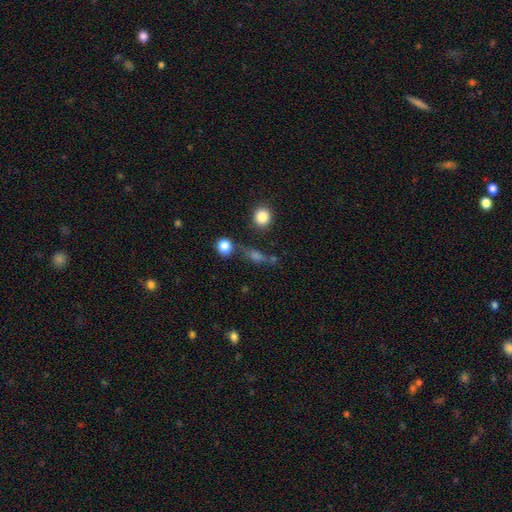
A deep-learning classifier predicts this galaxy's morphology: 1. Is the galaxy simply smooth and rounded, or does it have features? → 57% smooth, 23% star or artifact, 20% featured or disk.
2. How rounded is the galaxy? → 40% round, 38% in between, 22% cigar-shaped.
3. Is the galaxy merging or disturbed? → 64% none, 15% minor disturbance, 12% merger, 9% major disturbance.